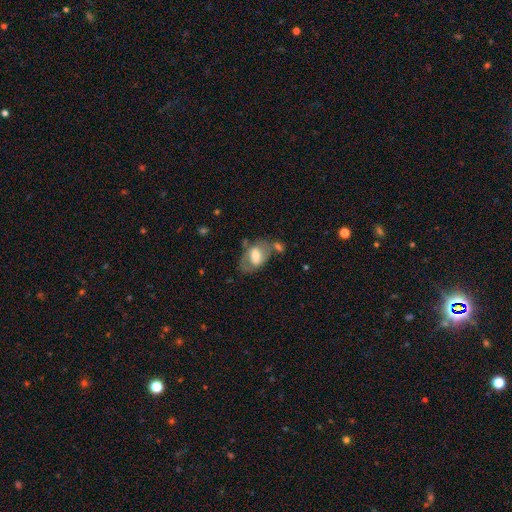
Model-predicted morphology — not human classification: This appears to be a featured or disk galaxy (47%). Merging: none (44%).